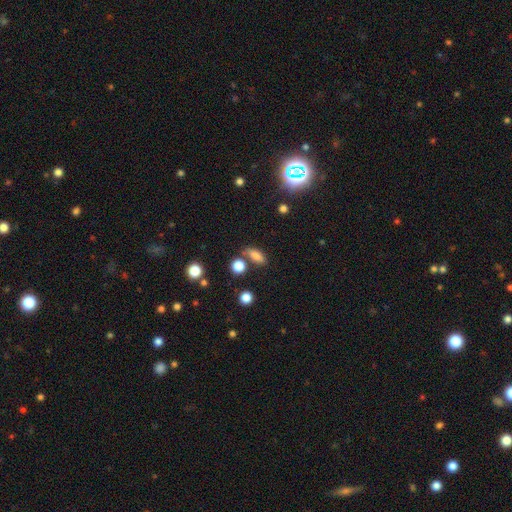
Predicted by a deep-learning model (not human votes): Morphology: type=smooth (78%); roundness=in between (71%); merging=none (66%).